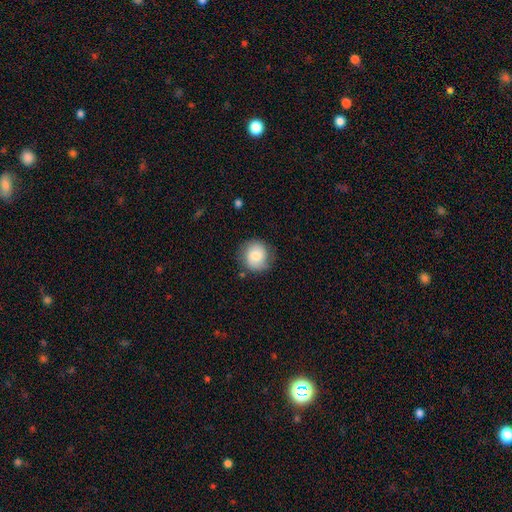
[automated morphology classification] A smooth galaxy with no disk features (68%) that is round (87%).

Vote fractions:
- Smooth or featured? smooth: 68% / featured or disk: 24% / star or artifact: 8%
- How rounded? round: 87% / in between: 12% / cigar-shaped: 1%
- Merging? none: 77% / minor disturbance: 16% / major disturbance: 5% / merger: 2%